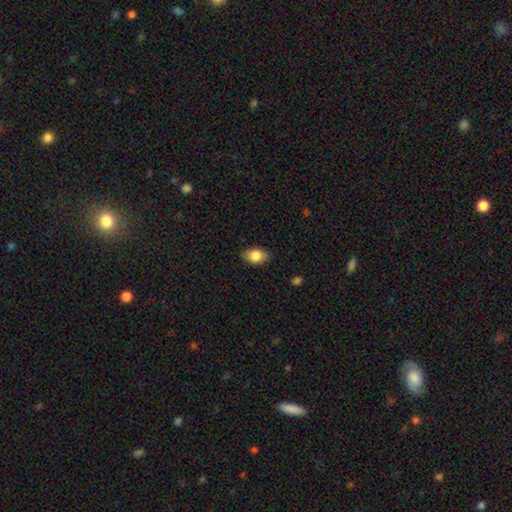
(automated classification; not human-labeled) The model was most divided on "how rounded": in between: 84%, round: 14%, cigar-shaped: 2%. More confident: merging — none (85%); smooth or featured — smooth (83%).